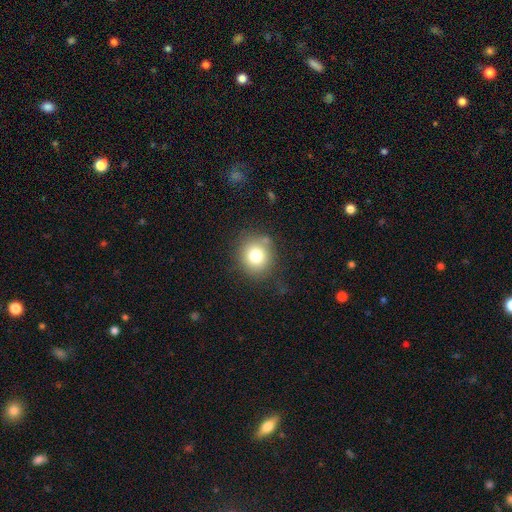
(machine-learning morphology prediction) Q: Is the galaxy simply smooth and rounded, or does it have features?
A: smooth — 76%.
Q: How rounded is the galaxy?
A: round — 86%.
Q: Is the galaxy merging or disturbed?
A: none — 77%.